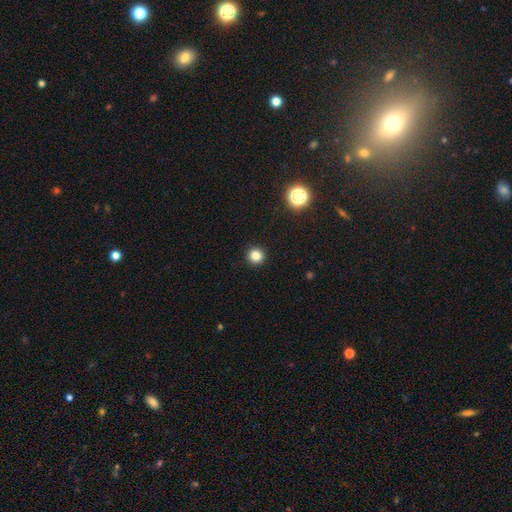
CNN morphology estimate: Q: Smooth or featured?
A: smooth (82%); runner-up: star or artifact (13%)
Q: How rounded?
A: round (95%); runner-up: in between (4%)
Q: Merging?
A: none (93%); runner-up: minor disturbance (4%)